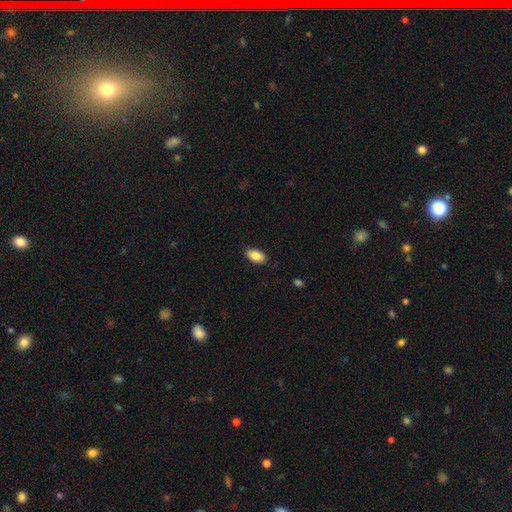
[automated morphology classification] Overall: smooth (86%). How rounded: in between (94%). Merging: none (88%).